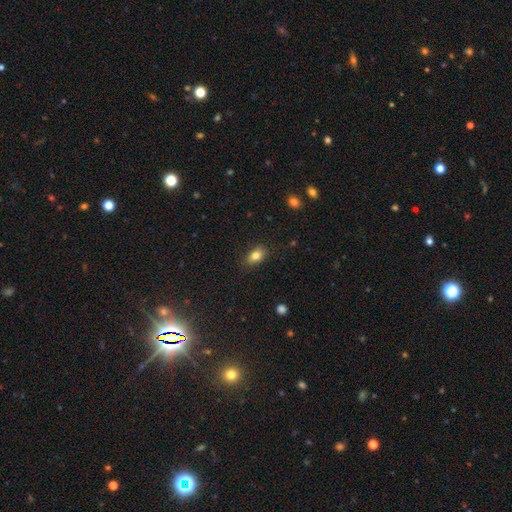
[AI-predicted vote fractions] smooth_or_featured: smooth (p=0.81) [alt: featured or disk p=0.10]
how_rounded: in between (p=0.83) [alt: round p=0.14]
merging: none (p=0.82) [alt: minor disturbance p=0.14]